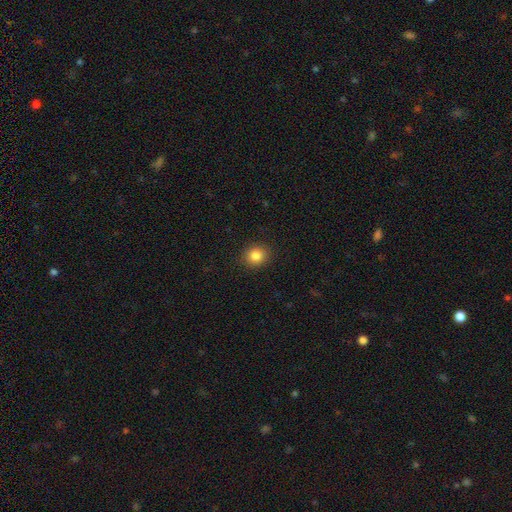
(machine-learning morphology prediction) This appears to be a smooth galaxy with no disk features (84%) that is round (80%). Merging: none (91%).